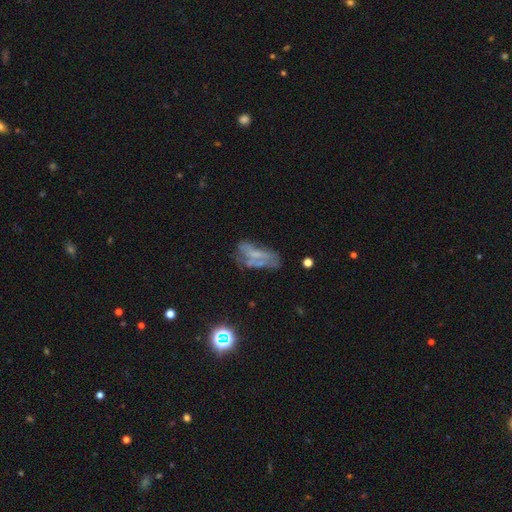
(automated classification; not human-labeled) Morphology: type=featured or disk (52%); edge-on=no (91%); merging=none (38%).